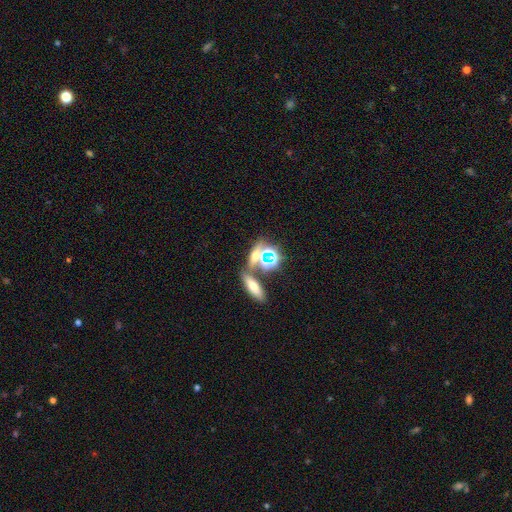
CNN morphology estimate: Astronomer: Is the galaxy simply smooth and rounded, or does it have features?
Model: smooth — 46% (runner-up: star or artifact, 36%).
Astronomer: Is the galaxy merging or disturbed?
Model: none — 57%.